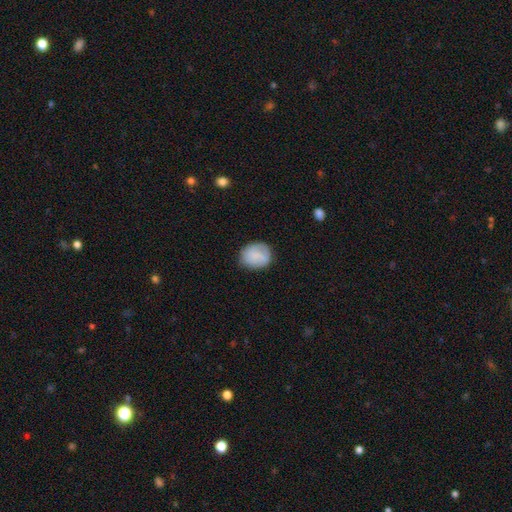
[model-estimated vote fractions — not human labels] The model was most divided on "how rounded": round: 63%, in between: 36%, cigar-shaped: 1%. More confident: merging — none (76%); smooth or featured — smooth (76%).